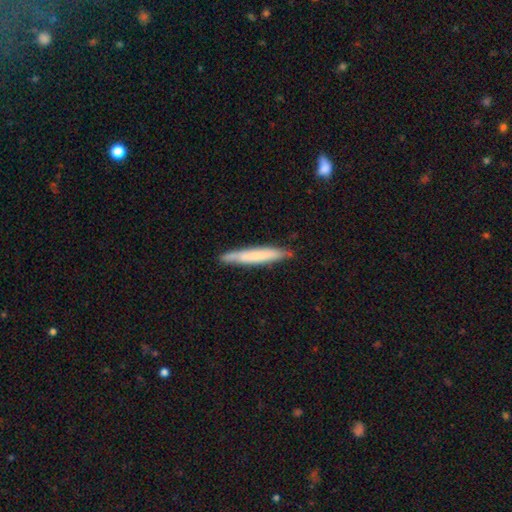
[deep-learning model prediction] A smooth galaxy with no disk features (63%) that is cigar-shaped (95%). Merging: none (83%).